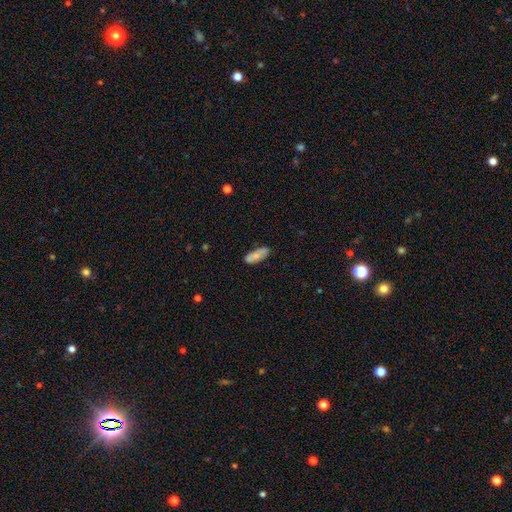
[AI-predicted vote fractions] This appears to be a smooth galaxy with no disk features (79%) that is in between round and cigar-shaped (71%). Merging: none (77%).